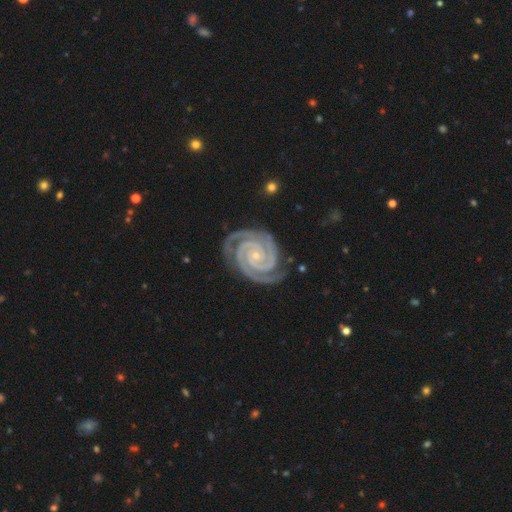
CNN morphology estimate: smooth_or_featured: featured or disk (p=0.95) [alt: star or artifact p=0.03]
disk_edge_on: no (p=0.98) [alt: yes p=0.02]
bar: no (p=0.70) [alt: weak p=0.17]
has_spiral_arms: yes (p=0.99) [alt: no p=0.01]
spiral_winding: tight (p=0.87) [alt: medium p=0.11]
spiral_arm_count: 2 (p=0.70) [alt: 3 p=0.17]
bulge_size: small (p=0.84) [alt: moderate p=0.11]
merging: none (p=0.82) [alt: minor disturbance p=0.13]